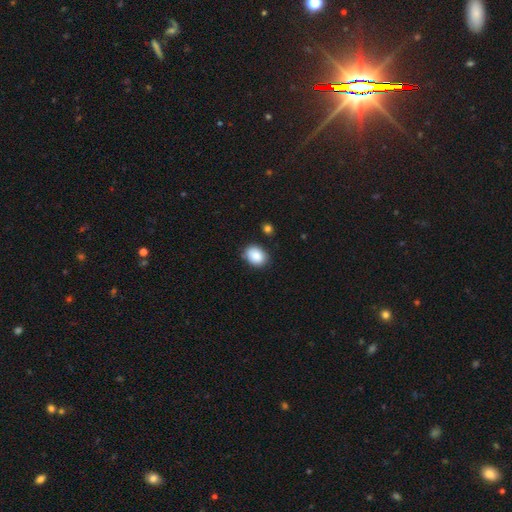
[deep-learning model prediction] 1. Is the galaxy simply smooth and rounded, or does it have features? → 88% smooth, 7% star or artifact, 4% featured or disk.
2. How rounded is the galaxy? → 70% in between, 29% round, 1% cigar-shaped.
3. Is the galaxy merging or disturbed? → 80% none, 15% minor disturbance, 3% major disturbance, 3% merger.